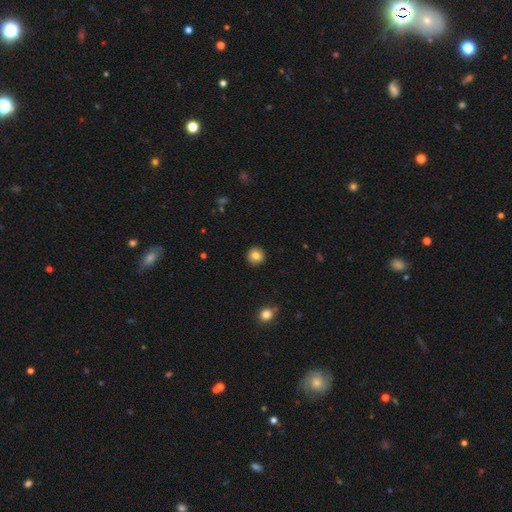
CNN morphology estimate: smooth 83%, star or artifact 9%, featured or disk 8%. Down the decision tree: how rounded — round (93%); merging — none (92%).